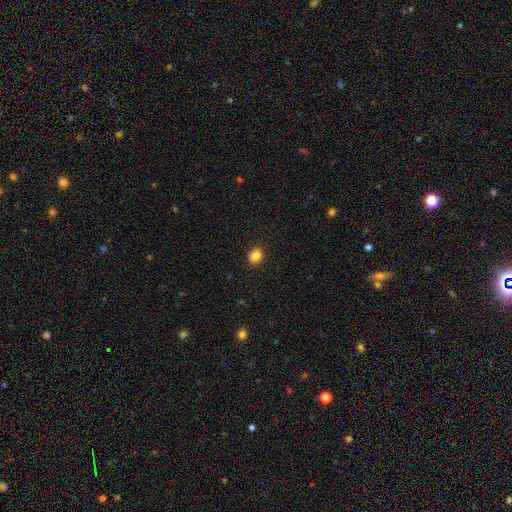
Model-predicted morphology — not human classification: smooth-or-featured: smooth: 86% | star or artifact: 10% | featured or disk: 4%
  how-rounded: round: 77% | in between: 22% | cigar-shaped: 1%
  merging: none: 90% | minor disturbance: 7% | major disturbance: 2% | merger: 1%